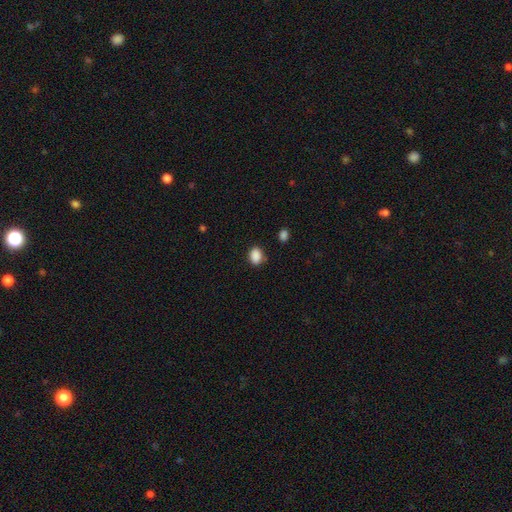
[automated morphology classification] type=smooth (88%); roundness=in between (68%); merging=none (80%).